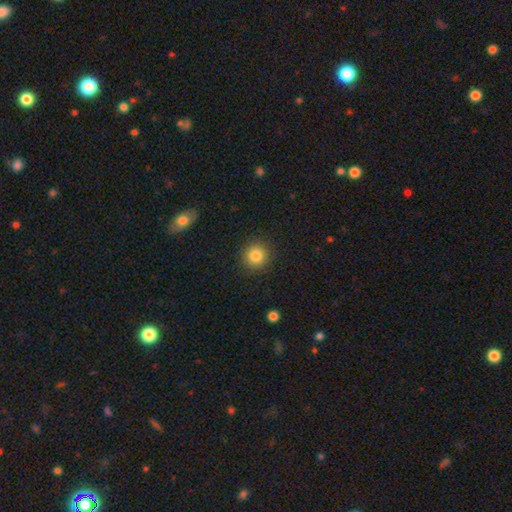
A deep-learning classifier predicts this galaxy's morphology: Smooth or featured: smooth — 84% (star or artifact — 10%)
How rounded: round — 92% (in between — 7%)
Merging: none — 90% (minor disturbance — 7%)